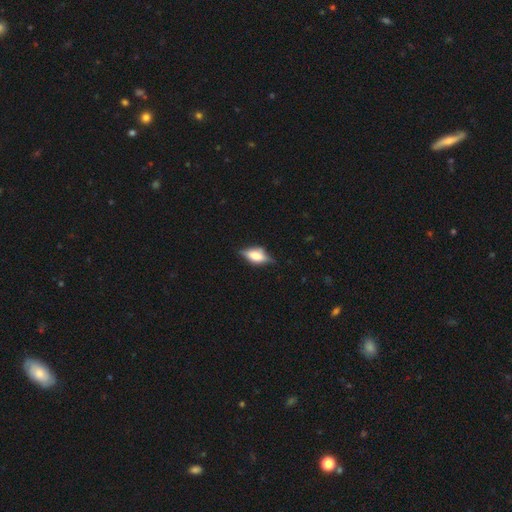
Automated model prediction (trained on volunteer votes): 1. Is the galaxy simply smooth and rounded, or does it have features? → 49% featured or disk, 43% smooth, 9% star or artifact.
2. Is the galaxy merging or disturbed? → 72% none, 21% minor disturbance, 5% major disturbance, 2% merger.